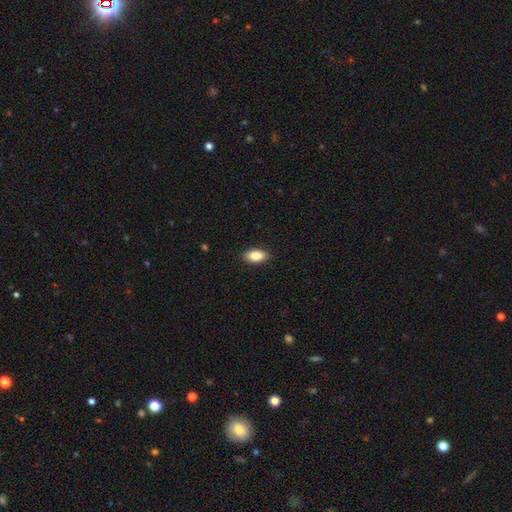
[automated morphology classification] A smooth galaxy with no disk features (86%) that is in between round and cigar-shaped (92%).

Vote fractions:
- Smooth or featured? smooth: 86% / star or artifact: 7% / featured or disk: 7%
- How rounded? in between: 92% / cigar-shaped: 4% / round: 4%
- Merging? none: 90% / minor disturbance: 8% / major disturbance: 2% / merger: 1%